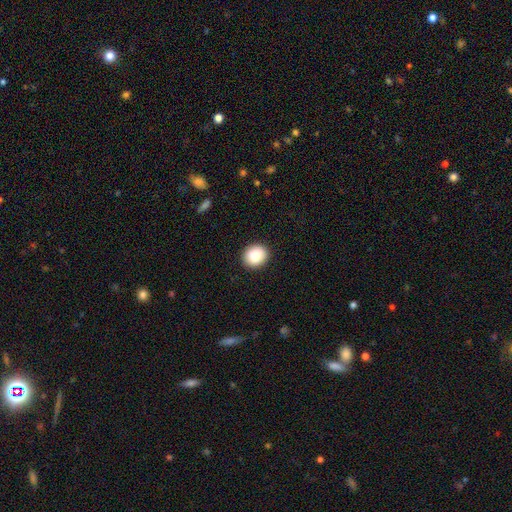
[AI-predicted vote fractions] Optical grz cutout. It shows a smooth galaxy with no disk features (86%) that is round (72%). Merging: none (91%).